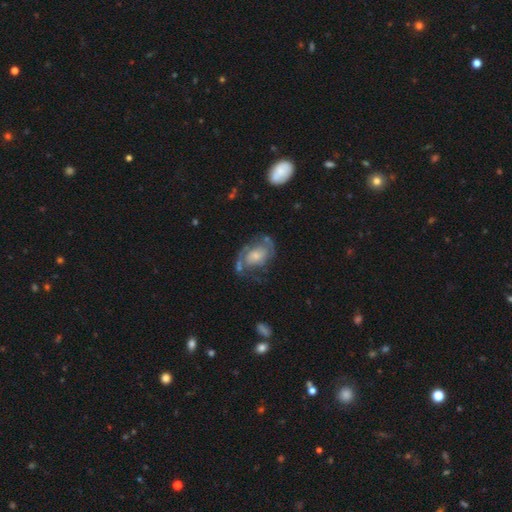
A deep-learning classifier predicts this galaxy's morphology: Smooth or featured: featured or disk — 77% (smooth — 17%)
Edge-on disk: no — 97% (yes — 3%)
Bar: no — 66% (weak — 28%)
Spiral arms: yes — 86% (no — 14%)
Spiral winding: medium — 45% (tight — 33%)
Spiral arm count: 2 — 69% (can't tell — 16%)
Bulge size: small — 52% (moderate — 28%)
Merging: none — 52% (minor disturbance — 22%)